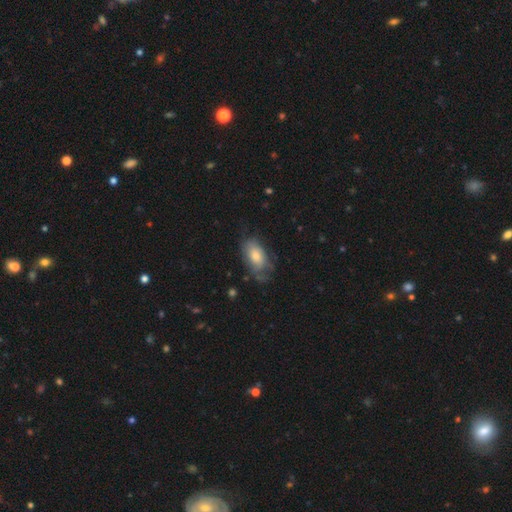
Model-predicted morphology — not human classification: Q: Smooth or featured?
A: smooth (62%); runner-up: featured or disk (30%)
Q: How rounded?
A: in between (91%); runner-up: round (5%)
Q: Merging?
A: none (55%); runner-up: minor disturbance (29%)